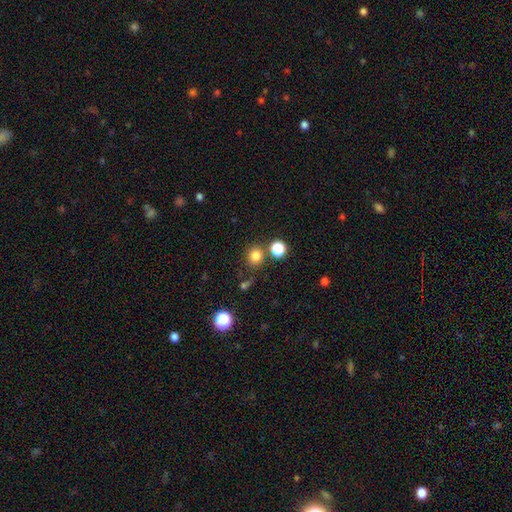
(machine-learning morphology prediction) A smooth galaxy with no disk features (80%) that is round (85%).

Vote fractions:
- Smooth or featured? smooth: 80% / star or artifact: 15% / featured or disk: 5%
- How rounded? round: 85% / in between: 14% / cigar-shaped: 1%
- Merging? none: 76% / merger: 11% / minor disturbance: 10% / major disturbance: 4%